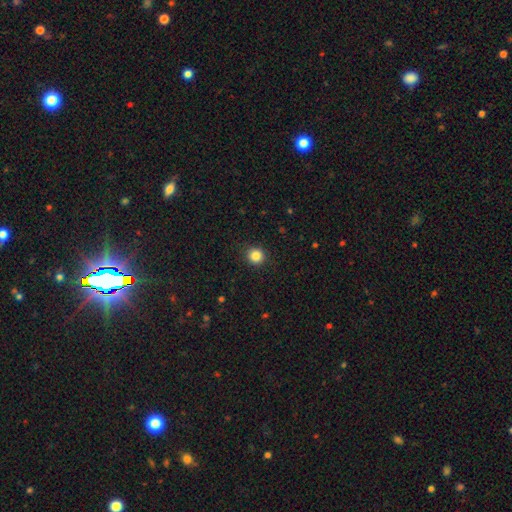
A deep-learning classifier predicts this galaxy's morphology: This is clearly a smooth galaxy (85%). How rounded: clearly round (93%). Merging: clearly none (91%).